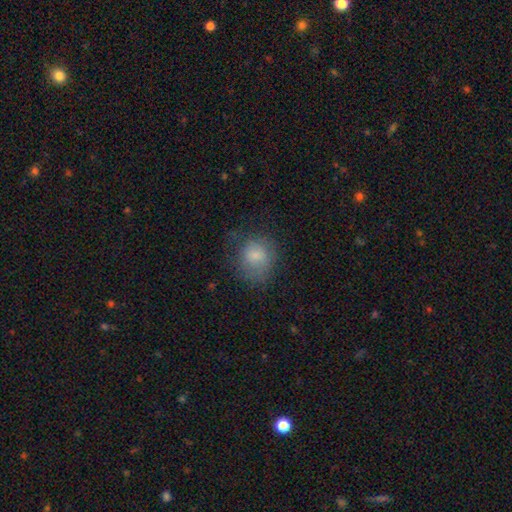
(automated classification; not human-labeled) A smooth galaxy with no disk features (77%) that is round (76%). Merging: none (59%).